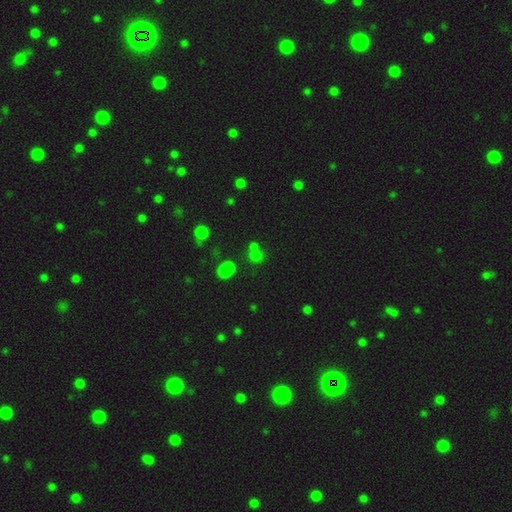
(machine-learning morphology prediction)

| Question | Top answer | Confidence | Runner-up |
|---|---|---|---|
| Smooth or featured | smooth | 60% | star or artifact (29%) |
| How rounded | round | 75% | in between (24%) |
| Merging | none | 48% | merger (37%) |